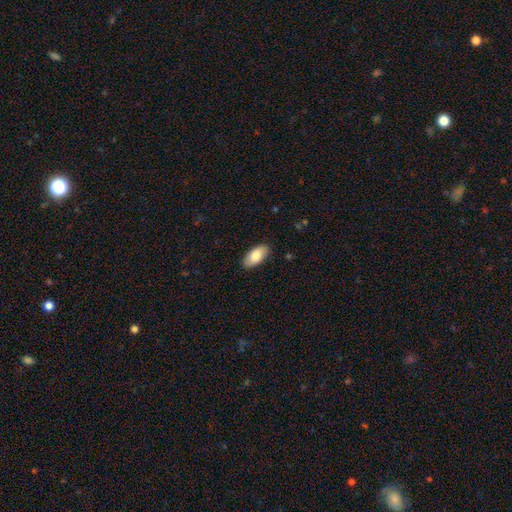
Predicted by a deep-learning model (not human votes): Smooth or featured?
  - smooth: 81% *
  - featured or disk: 13%
  - star or artifact: 6%
How rounded?
  - in between: 93% *
  - cigar-shaped: 5%
  - round: 2%
Merging?
  - none: 87% *
  - minor disturbance: 10%
  - major disturbance: 2%
  - merger: 1%